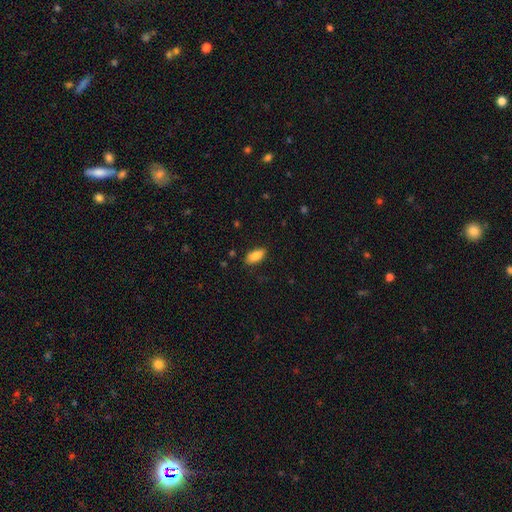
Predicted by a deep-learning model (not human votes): Smooth or featured?
  - smooth: 84% *
  - featured or disk: 9%
  - star or artifact: 7%
How rounded?
  - in between: 88% *
  - cigar-shaped: 10%
  - round: 2%
Merging?
  - none: 84% *
  - minor disturbance: 12%
  - major disturbance: 3%
  - merger: 1%